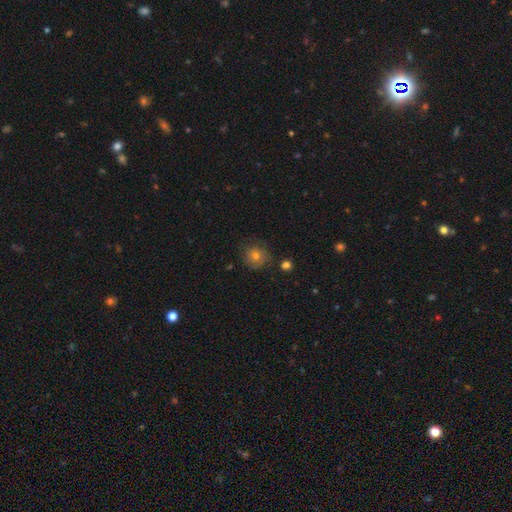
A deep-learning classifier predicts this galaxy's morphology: This appears to be a smooth galaxy with no disk features (58%) that is round (90%). Merging: none (77%).